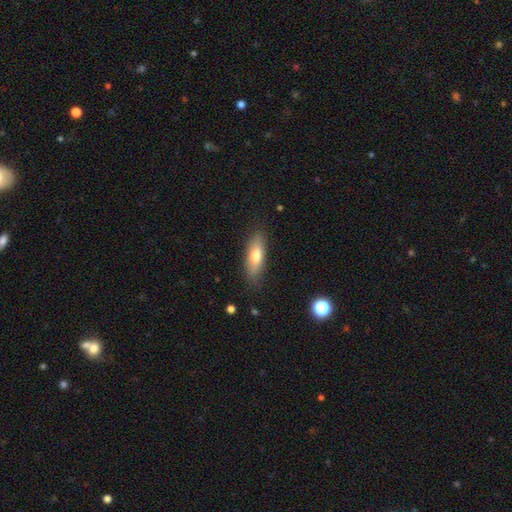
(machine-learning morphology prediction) Q: Smooth or featured?
A: smooth (72%); runner-up: featured or disk (21%)
Q: How rounded?
A: in between (61%); runner-up: cigar-shaped (36%)
Q: Merging?
A: none (81%); runner-up: minor disturbance (14%)